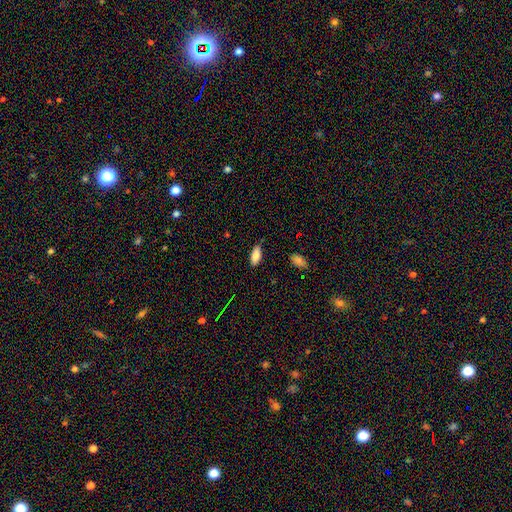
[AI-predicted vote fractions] Smooth or featured?
  - smooth: 85% *
  - star or artifact: 8%
  - featured or disk: 7%
How rounded?
  - in between: 89% *
  - cigar-shaped: 9%
  - round: 2%
Merging?
  - none: 83% *
  - minor disturbance: 13%
  - major disturbance: 2%
  - merger: 2%